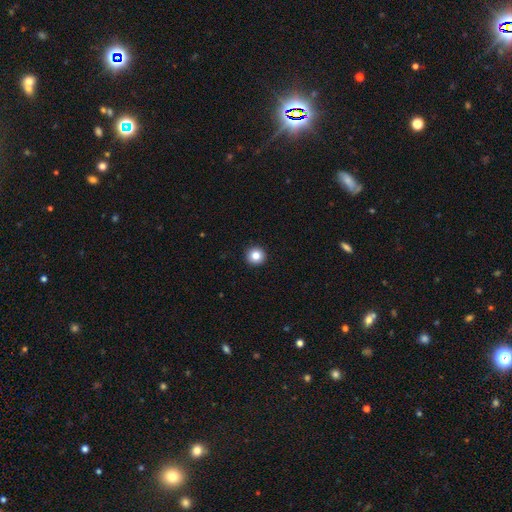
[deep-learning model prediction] smooth_or_featured: smooth (p=0.84) [alt: star or artifact p=0.10]
how_rounded: round (p=0.96) [alt: in between p=0.03]
merging: none (p=0.94) [alt: minor disturbance p=0.04]